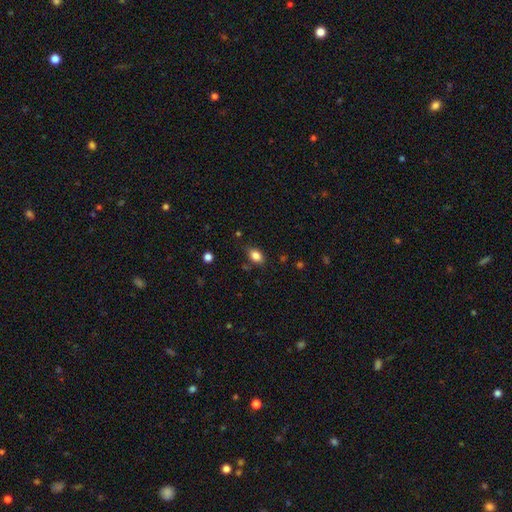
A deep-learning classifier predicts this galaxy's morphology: smooth-or-featured: smooth: 84% | star or artifact: 10% | featured or disk: 6%
  how-rounded: in between: 82% | round: 16% | cigar-shaped: 2%
  merging: none: 80% | minor disturbance: 15% | major disturbance: 3% | merger: 2%